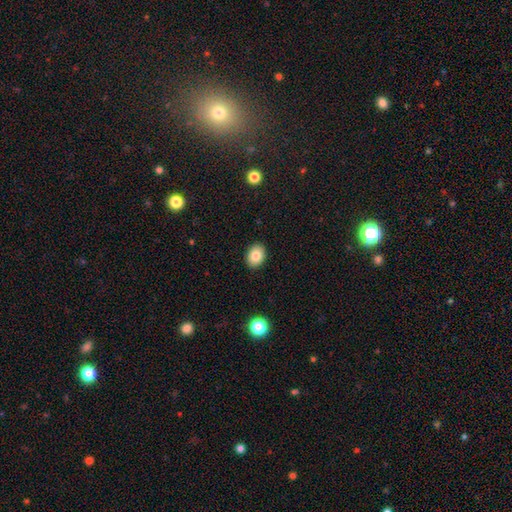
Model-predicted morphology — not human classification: Smooth or featured? smooth (84%)
How rounded? in between (74%)
Merging? none (90%)